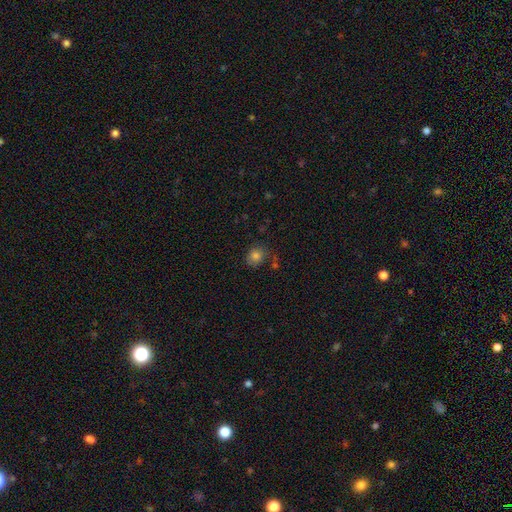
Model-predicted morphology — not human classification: type=smooth (80%); roundness=round (77%); merging=none (66%).